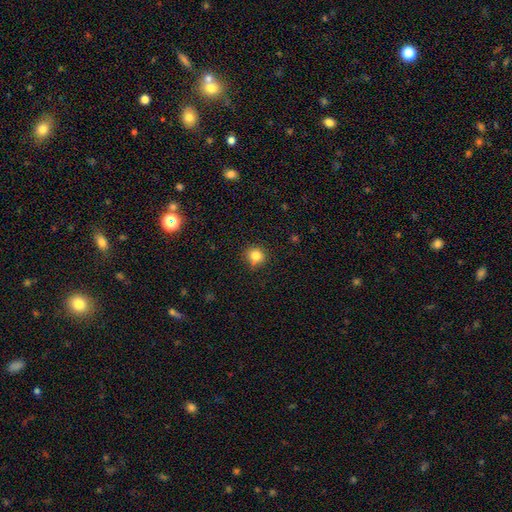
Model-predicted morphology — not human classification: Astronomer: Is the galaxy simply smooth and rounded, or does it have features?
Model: smooth — 82%.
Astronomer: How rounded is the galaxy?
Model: round — 88%.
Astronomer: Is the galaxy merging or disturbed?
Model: none — 82%.